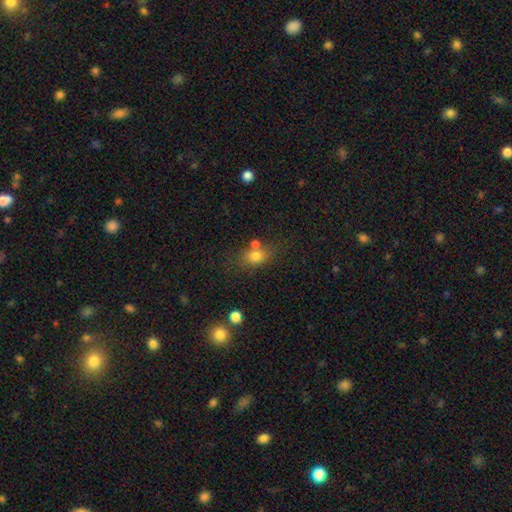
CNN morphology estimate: type=smooth (77%); roundness=in between (64%); merging=none (56%).